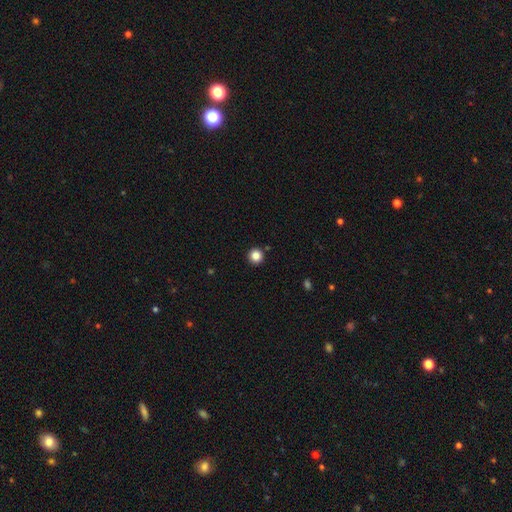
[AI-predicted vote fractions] Morphology: type=smooth (85%); roundness=round (95%); merging=none (92%).